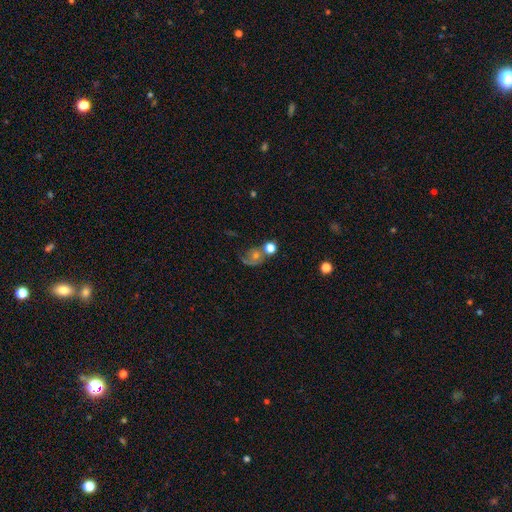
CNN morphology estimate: Smooth or featured?
  - featured or disk: 47% *
  - smooth: 32%
  - star or artifact: 20%
Merging?
  - none: 48% *
  - merger: 18%
  - minor disturbance: 17%
  - major disturbance: 17%